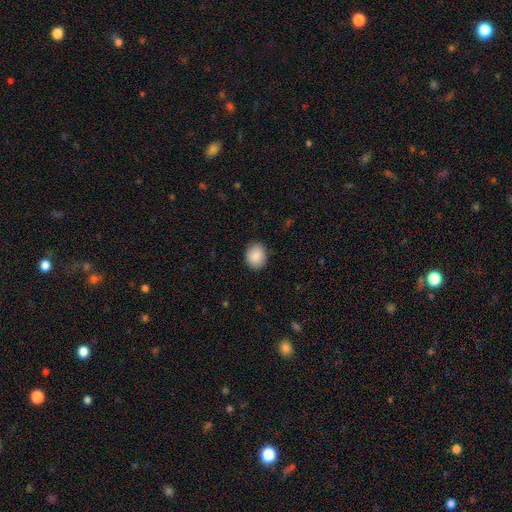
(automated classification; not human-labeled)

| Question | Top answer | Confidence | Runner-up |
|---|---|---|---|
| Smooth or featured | smooth | 89% | star or artifact (7%) |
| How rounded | in between | 50% | round (49%) |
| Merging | none | 87% | minor disturbance (10%) |